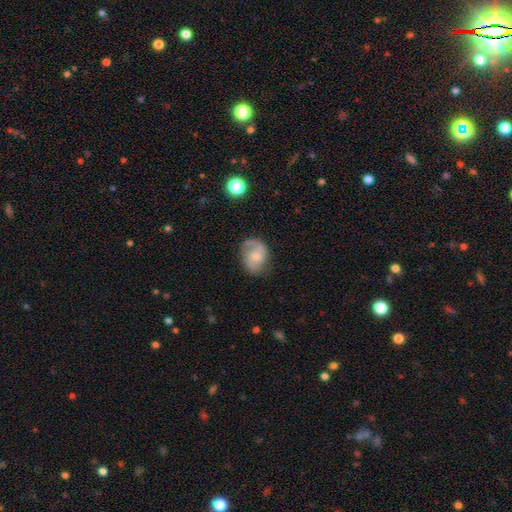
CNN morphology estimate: featured or disk 63%, smooth 30%, star or artifact 7%. Down the decision tree: edge-on disk — no (97%); bar — no (65%); spiral arms — yes (89%); spiral arm count — 2 (70%); spiral winding — medium (44%); bulge size — small (45%); merging — none (64%).